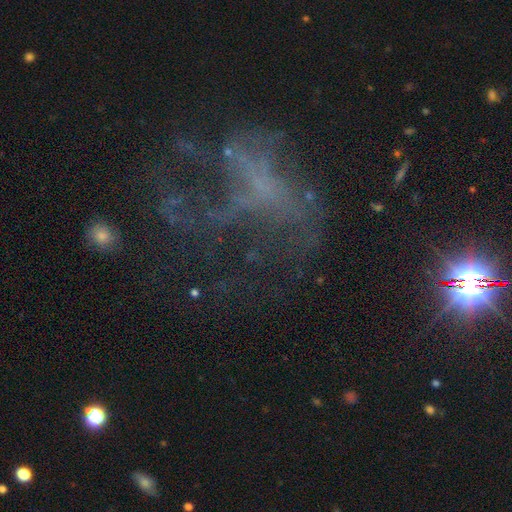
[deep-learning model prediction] This appears to be a featured or disk galaxy (52%). Merging: major disturbance (43%).